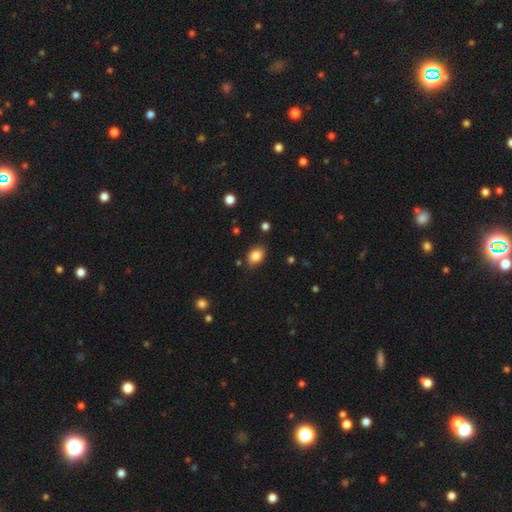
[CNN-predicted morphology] type=smooth (84%); roundness=in between (75%); merging=none (83%).